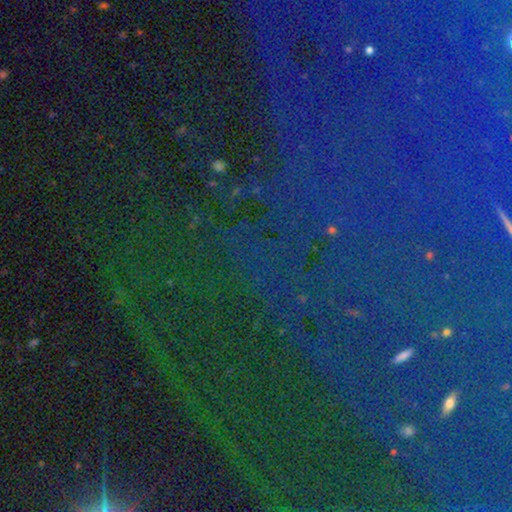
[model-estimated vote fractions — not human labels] star or artifact 84%, smooth 9%, featured or disk 7%.